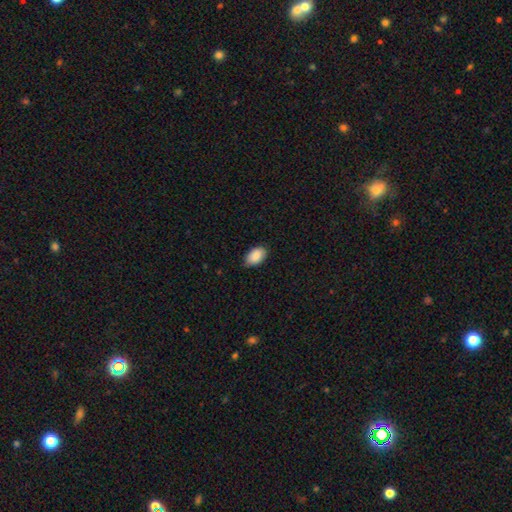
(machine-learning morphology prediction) The model was most divided on "merging": none: 75%, minor disturbance: 21%, major disturbance: 3%, merger: 1%. More confident: how rounded — in between (92%); smooth or featured — smooth (88%).